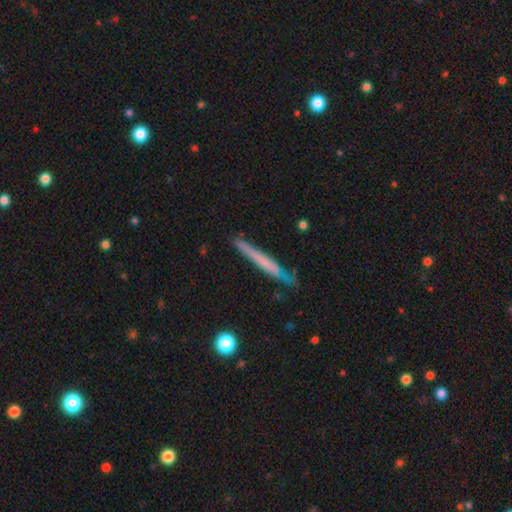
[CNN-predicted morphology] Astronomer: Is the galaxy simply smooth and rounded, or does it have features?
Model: smooth — 55% (runner-up: featured or disk, 39%).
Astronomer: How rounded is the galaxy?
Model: cigar-shaped — 96%.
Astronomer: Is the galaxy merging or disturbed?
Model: none — 75%.